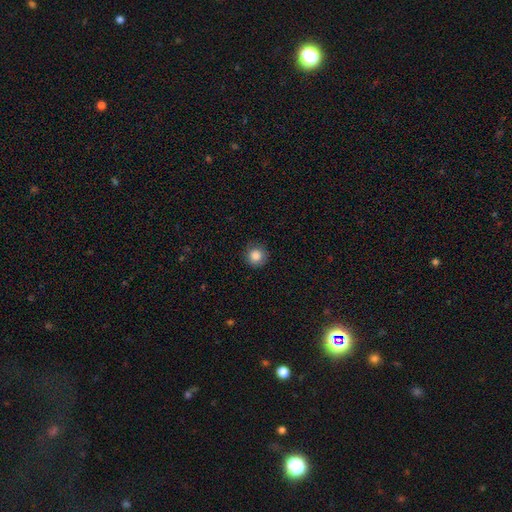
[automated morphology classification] Smooth or featured: smooth — 86% (star or artifact — 10%)
How rounded: round — 93% (in between — 6%)
Merging: none — 86% (minor disturbance — 10%)